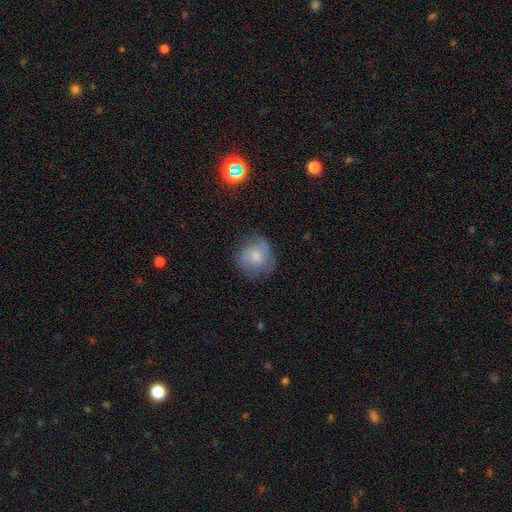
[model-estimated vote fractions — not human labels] This is likely a smooth galaxy (63%). How rounded: clearly round (83%). Merging: likely none (64%).